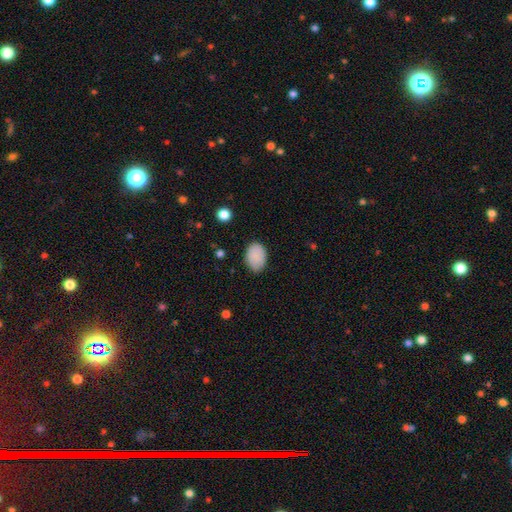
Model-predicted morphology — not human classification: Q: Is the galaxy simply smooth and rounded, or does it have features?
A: smooth — 89%.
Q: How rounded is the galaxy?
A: in between — 83%.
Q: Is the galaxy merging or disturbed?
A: none — 81%.